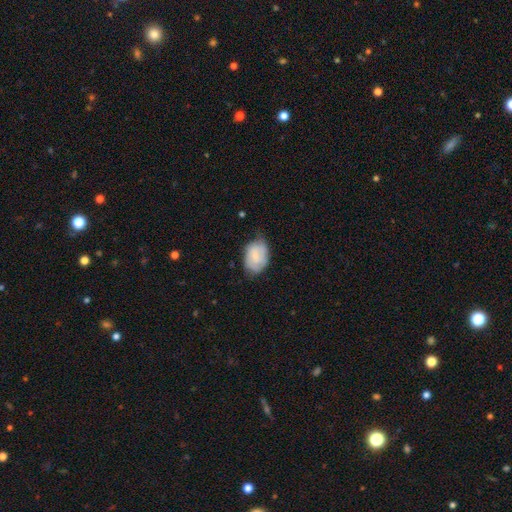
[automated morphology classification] Smooth or featured? Predicted: smooth (p=0.58). How rounded? Predicted: in between (p=0.80). Merging? Predicted: none (p=0.58).